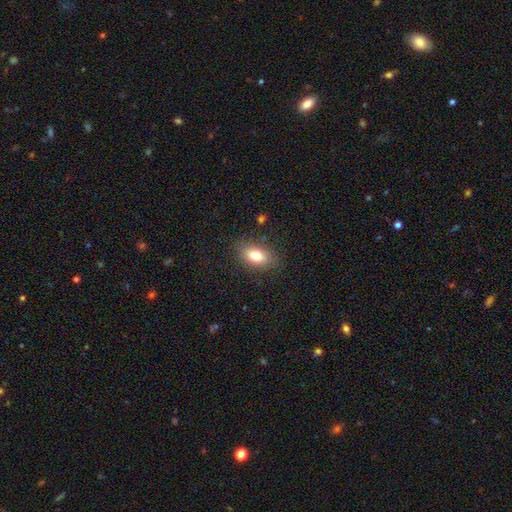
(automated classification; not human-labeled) A smooth galaxy with no disk features (78%) that is in between round and cigar-shaped (86%).

Vote fractions:
- Smooth or featured? smooth: 78% / featured or disk: 13% / star or artifact: 9%
- How rounded? in between: 86% / round: 10% / cigar-shaped: 4%
- Merging? none: 83% / minor disturbance: 12% / major disturbance: 4% / merger: 1%